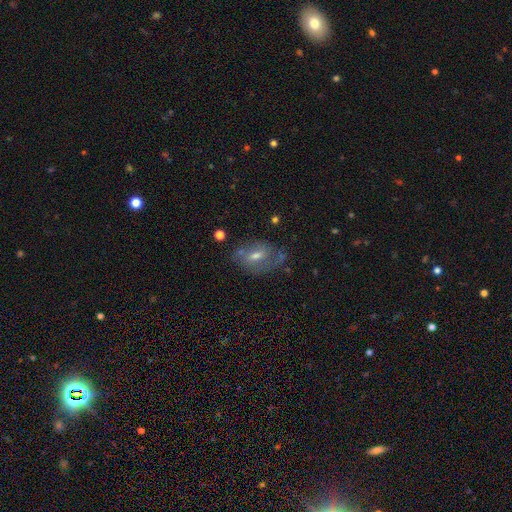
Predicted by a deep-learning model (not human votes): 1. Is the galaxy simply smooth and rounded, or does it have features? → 49% featured or disk, 40% smooth, 12% star or artifact.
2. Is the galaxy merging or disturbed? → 55% none, 24% minor disturbance, 13% major disturbance, 8% merger.